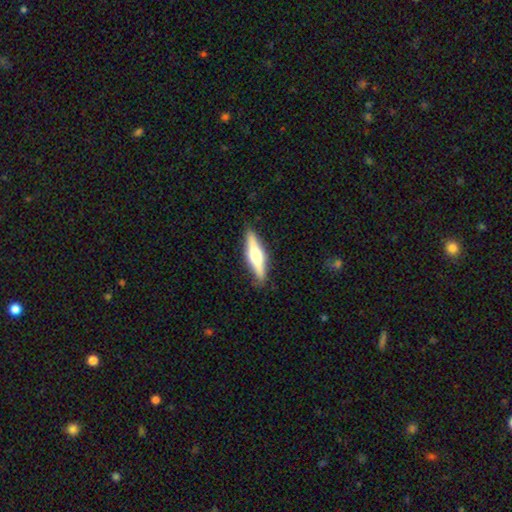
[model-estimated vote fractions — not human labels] smooth_or_featured: featured or disk (p=0.56) [alt: smooth p=0.39]
disk_edge_on: yes (p=0.94) [alt: no p=0.06]
edge_on_bulge: rounded (p=0.91) [alt: boxy p=0.06]
merging: none (p=0.86) [alt: minor disturbance p=0.11]